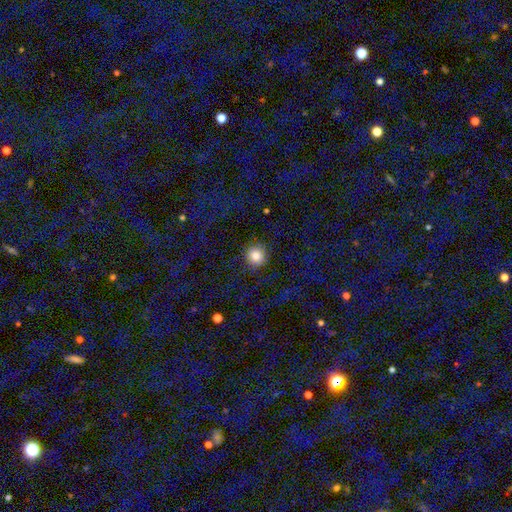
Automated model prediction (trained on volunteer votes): Smooth or featured? Predicted: smooth (p=0.81). How rounded? Predicted: round (p=0.94). Merging? Predicted: none (p=0.86).